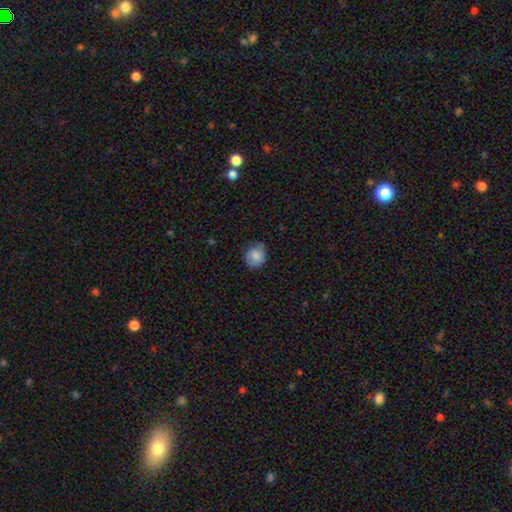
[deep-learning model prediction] This appears to be a smooth galaxy with no disk features (81%) that is round (70%). Merging: none (69%).